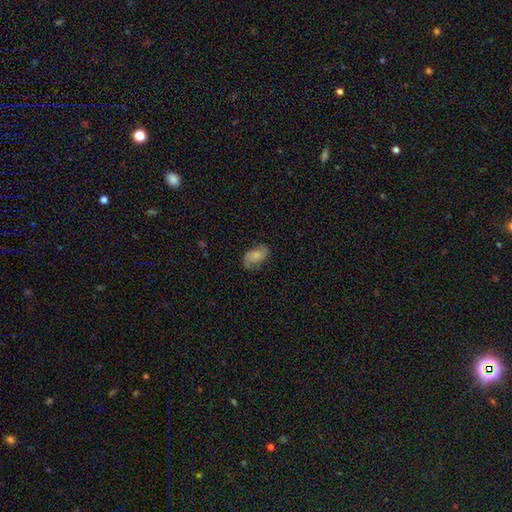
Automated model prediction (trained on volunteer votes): Q: Smooth or featured?
A: smooth (53%); runner-up: featured or disk (39%)
Q: How rounded?
A: in between (89%); runner-up: round (9%)
Q: Merging?
A: none (70%); runner-up: minor disturbance (21%)